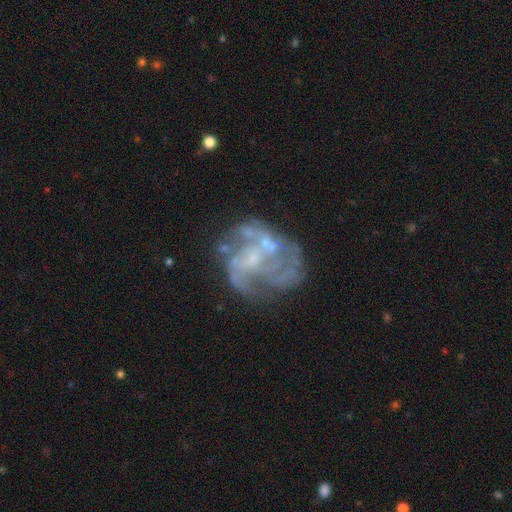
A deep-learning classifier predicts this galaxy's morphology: Smooth or featured: featured or disk — 81% (smooth — 10%)
Edge-on disk: no — 98% (yes — 2%)
Bar: no — 64% (weak — 29%)
Spiral arms: yes — 68% (no — 32%)
Spiral winding: medium — 45% (tight — 28%)
Spiral arm count: can't tell — 33% (3 — 27%)
Bulge size: small — 46% (none — 32%)
Merging: none — 49% (major disturbance — 24%)